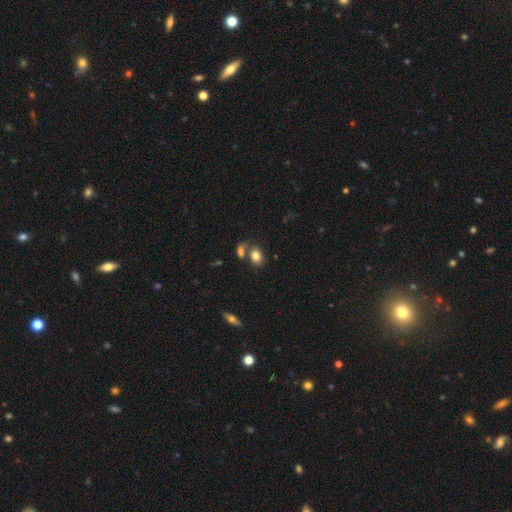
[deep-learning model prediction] Overall: smooth (80%). How rounded: in between (74%). Merging: none (56%; merger 27%).